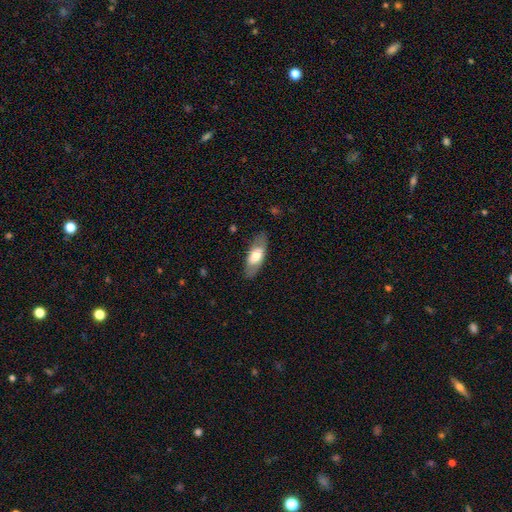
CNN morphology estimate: smooth 56%, featured or disk 38%, star or artifact 6%. Down the decision tree: how rounded — in between (78%); merging — none (82%).